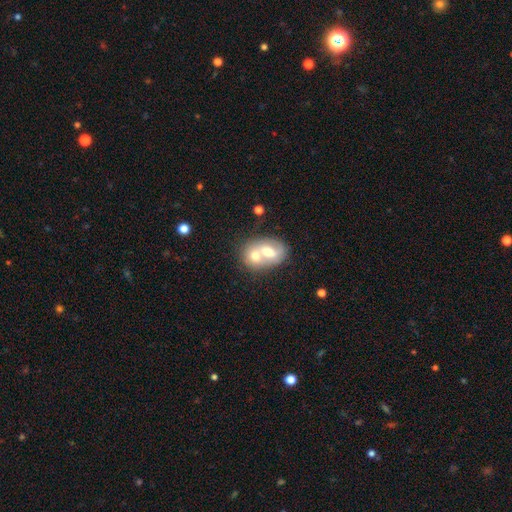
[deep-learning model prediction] The model was most divided on "how rounded": in between: 52%, round: 47%, cigar-shaped: 1%. More confident: merging — merger (71%); smooth or featured — smooth (56%).